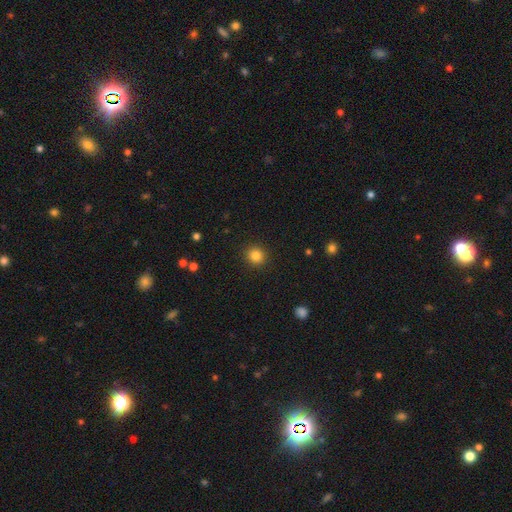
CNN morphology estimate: smooth-or-featured: smooth: 83% | star or artifact: 12% | featured or disk: 5%
  how-rounded: round: 88% | in between: 11% | cigar-shaped: 1%
  merging: none: 91% | minor disturbance: 6% | major disturbance: 2% | merger: 1%